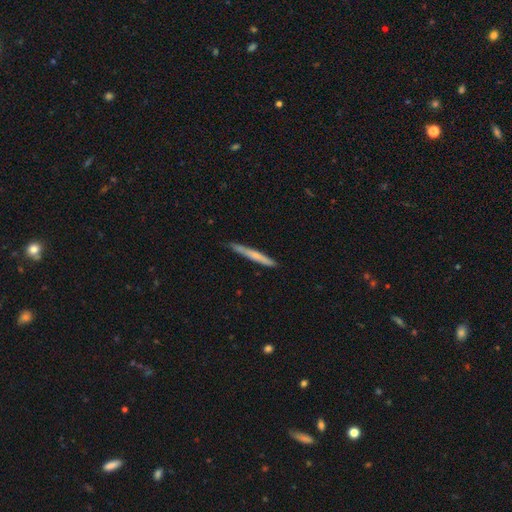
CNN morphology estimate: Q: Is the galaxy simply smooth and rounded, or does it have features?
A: smooth — 57%.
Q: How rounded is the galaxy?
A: cigar-shaped — 96%.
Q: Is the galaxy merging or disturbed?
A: none — 84%.